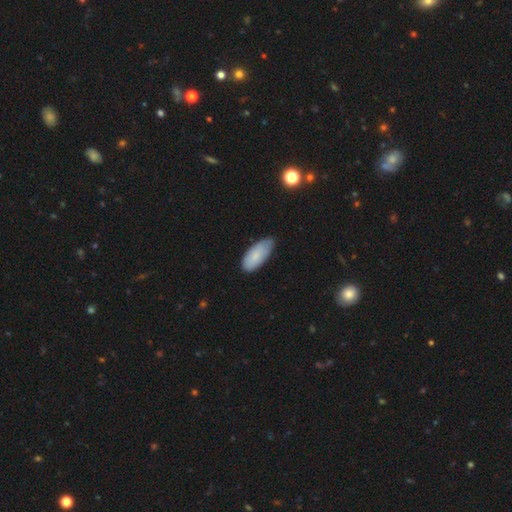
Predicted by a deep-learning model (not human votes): Morphology: type=smooth (82%); roundness=in between (88%); merging=none (67%).